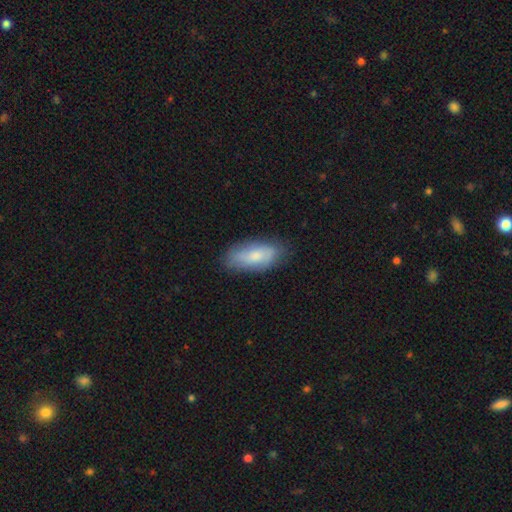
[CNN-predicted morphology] Smooth or featured: smooth — 67% (featured or disk — 27%)
How rounded: in between — 86% (cigar-shaped — 11%)
Merging: none — 76% (minor disturbance — 18%)